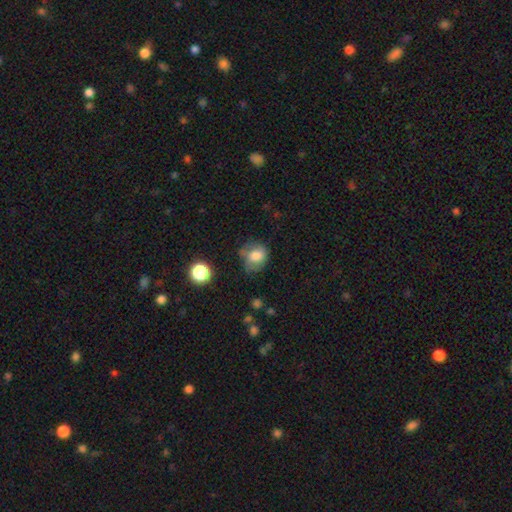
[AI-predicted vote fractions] This is likely a smooth galaxy (73%). How rounded: possibly round (60%). Merging: marginally none (44%).